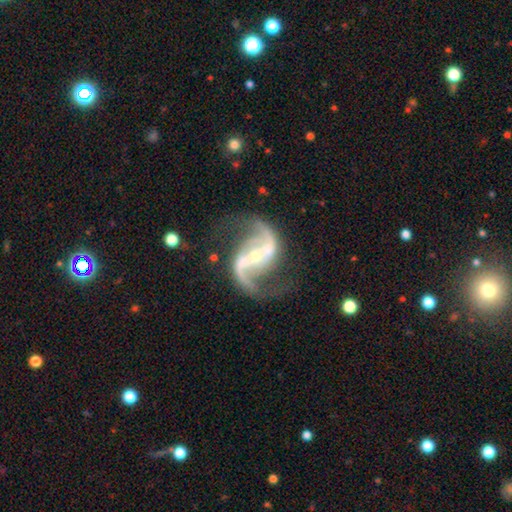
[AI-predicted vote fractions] The model was most divided on "spiral winding": loose: 60%, medium: 34%, tight: 6%. More confident: spiral arms — yes (98%); edge-on disk — no (97%); spiral arm count — 2 (94%); smooth or featured — featured or disk (93%); merging — none (75%); bar — strong (69%); bulge size — small (67%).